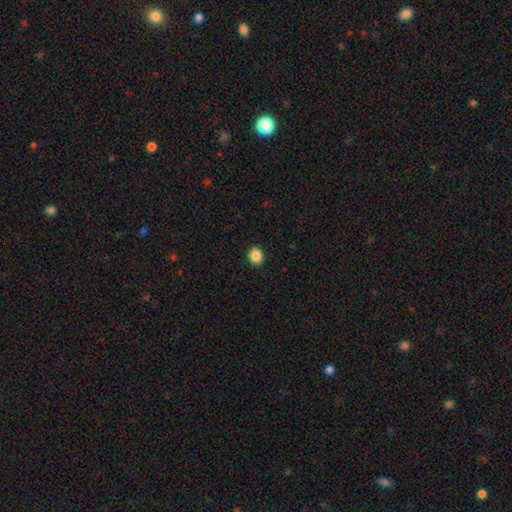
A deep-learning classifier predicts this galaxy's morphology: smooth 88%, star or artifact 9%, featured or disk 3%. Down the decision tree: how rounded — round (58%); merging — none (91%).